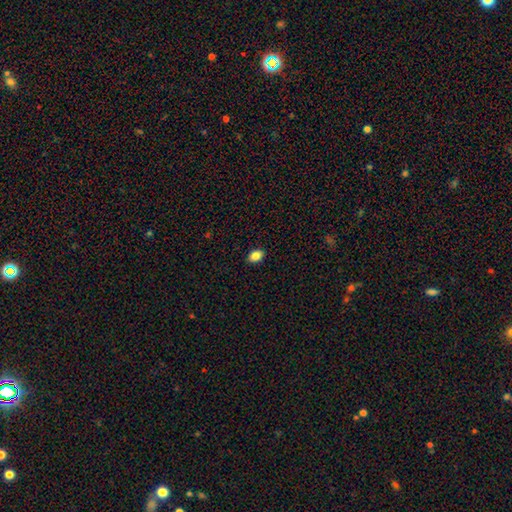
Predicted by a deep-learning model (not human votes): This appears to be a smooth galaxy with no disk features (86%) that is in between round and cigar-shaped (77%). Merging: none (90%).